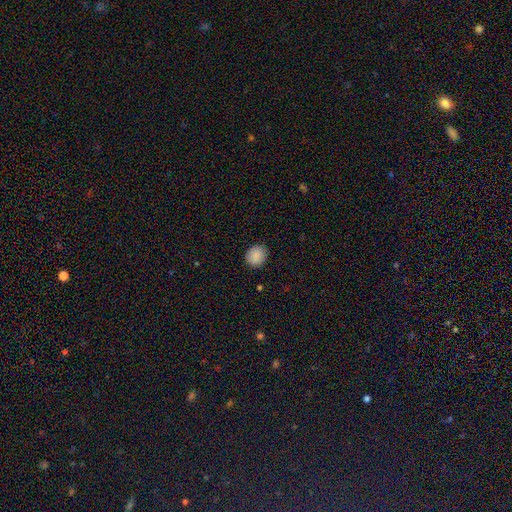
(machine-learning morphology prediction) type=smooth (88%); roundness=round (77%); merging=none (88%).